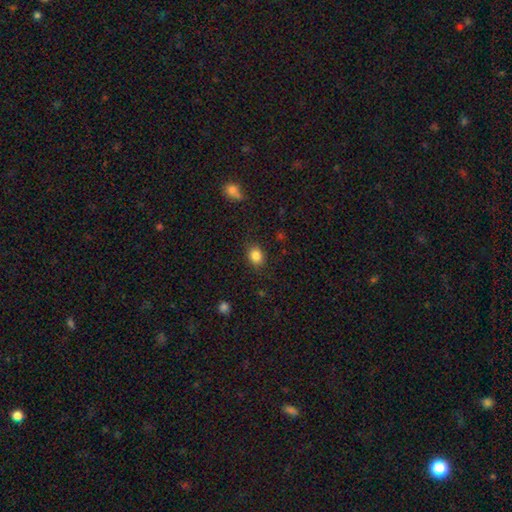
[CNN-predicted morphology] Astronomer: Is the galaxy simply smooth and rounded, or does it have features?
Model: smooth — 85%.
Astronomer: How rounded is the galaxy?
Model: in between — 55% (runner-up: round, 44%).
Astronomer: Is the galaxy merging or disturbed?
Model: none — 85%.